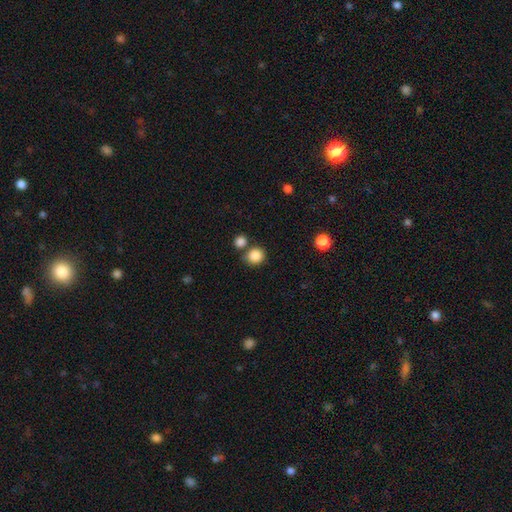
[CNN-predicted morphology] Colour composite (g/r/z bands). It shows a smooth galaxy with no disk features (87%) that is round (87%). Merging: none (67%).